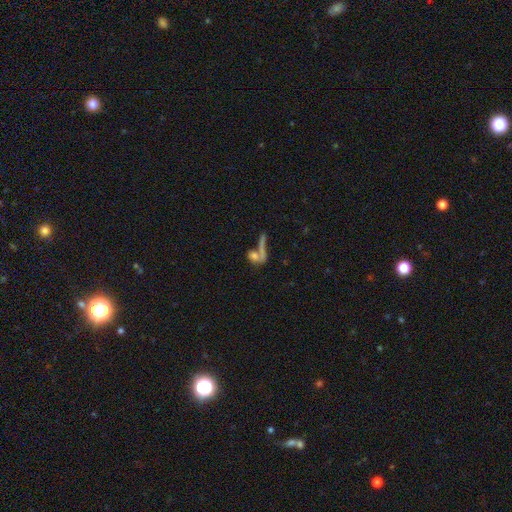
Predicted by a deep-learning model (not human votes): Smooth or featured? Predicted: smooth (p=0.56). How rounded? Predicted: in between (p=0.45). Merging? Predicted: merger (p=0.44).